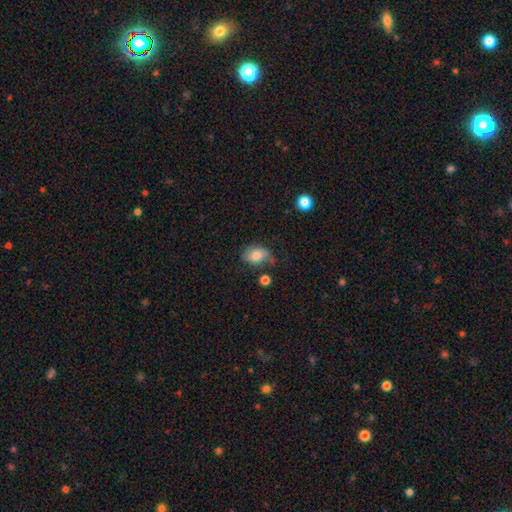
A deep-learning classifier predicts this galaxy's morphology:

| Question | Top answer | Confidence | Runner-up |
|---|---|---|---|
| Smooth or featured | smooth | 72% | featured or disk (19%) |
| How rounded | in between | 77% | round (22%) |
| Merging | none | 48% | minor disturbance (31%) |